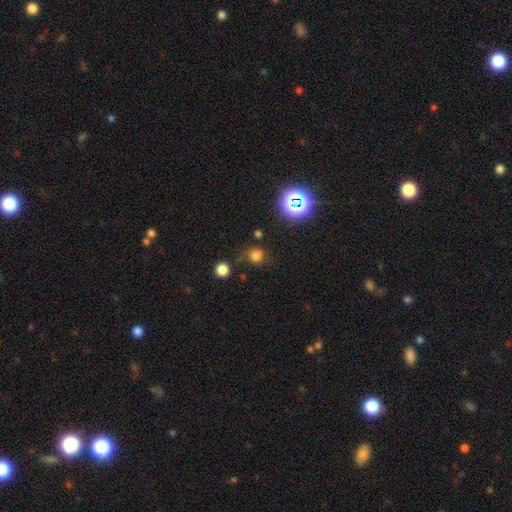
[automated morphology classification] smooth 66%, star or artifact 26%, featured or disk 8%. Down the decision tree: how rounded — round (73%); merging — none (63%).